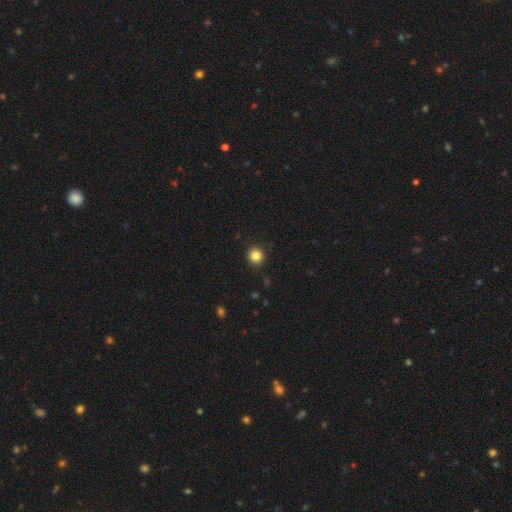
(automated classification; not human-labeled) A smooth galaxy with no disk features (84%) that is round (94%). Merging: none (91%).